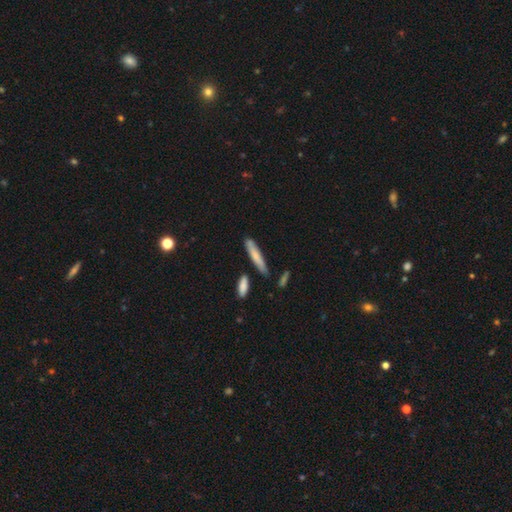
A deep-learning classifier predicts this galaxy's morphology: smooth_or_featured: smooth (p=0.71) [alt: featured or disk p=0.23]
how_rounded: cigar-shaped (p=0.87) [alt: in between p=0.12]
merging: none (p=0.73) [alt: minor disturbance p=0.17]